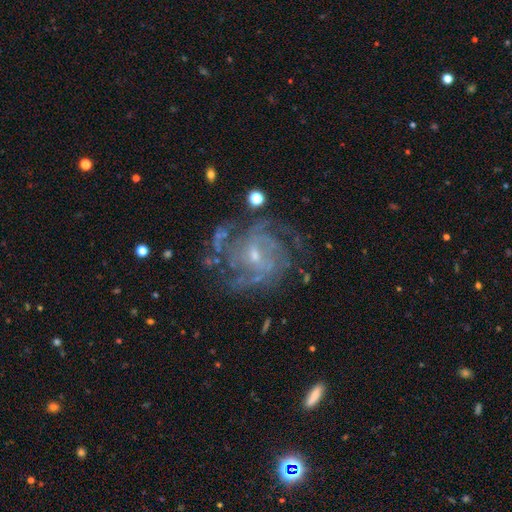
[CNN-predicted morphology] Smooth or featured: featured or disk — 86% (star or artifact — 8%)
Edge-on disk: no — 97% (yes — 3%)
Bar: weak — 45% (no — 44%)
Spiral arms: yes — 94% (no — 6%)
Spiral winding: tight — 51% (medium — 39%)
Spiral arm count: can't tell — 31% (4 — 24%)
Bulge size: small — 68% (moderate — 27%)
Merging: none — 68% (minor disturbance — 17%)